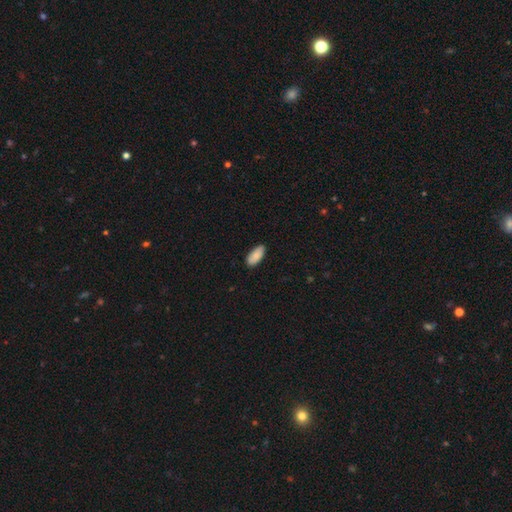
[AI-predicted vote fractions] Smooth or featured?
  - smooth: 86% *
  - featured or disk: 8%
  - star or artifact: 6%
How rounded?
  - in between: 89% *
  - cigar-shaped: 9%
  - round: 2%
Merging?
  - none: 83% *
  - minor disturbance: 14%
  - major disturbance: 2%
  - merger: 1%